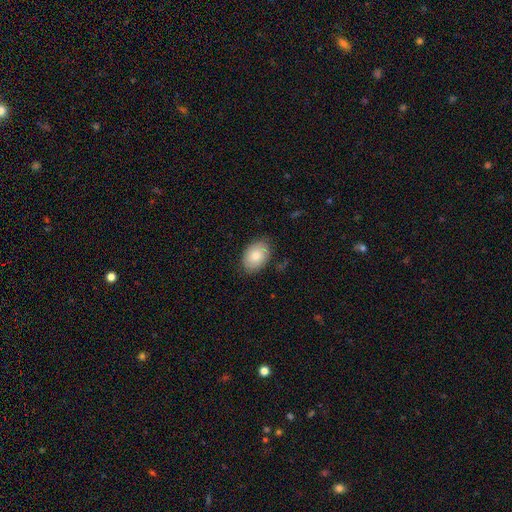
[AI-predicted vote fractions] A smooth galaxy with no disk features (79%) that is in between round and cigar-shaped (83%).

Vote fractions:
- Smooth or featured? smooth: 79% / featured or disk: 14% / star or artifact: 7%
- How rounded? in between: 83% / round: 16% / cigar-shaped: 1%
- Merging? none: 81% / minor disturbance: 15% / major disturbance: 3% / merger: 1%